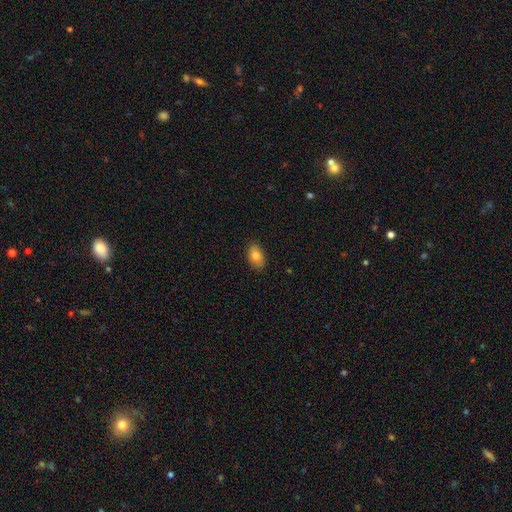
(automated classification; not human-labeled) Smooth or featured? Predicted: smooth (p=0.81). How rounded? Predicted: in between (p=0.89). Merging? Predicted: none (p=0.86).